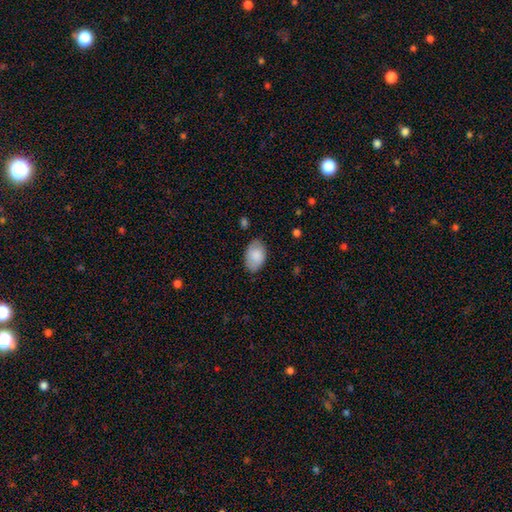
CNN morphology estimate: smooth_or_featured: smooth (p=0.84) [alt: featured or disk p=0.10]
how_rounded: in between (p=0.91) [alt: round p=0.08]
merging: none (p=0.76) [alt: minor disturbance p=0.19]